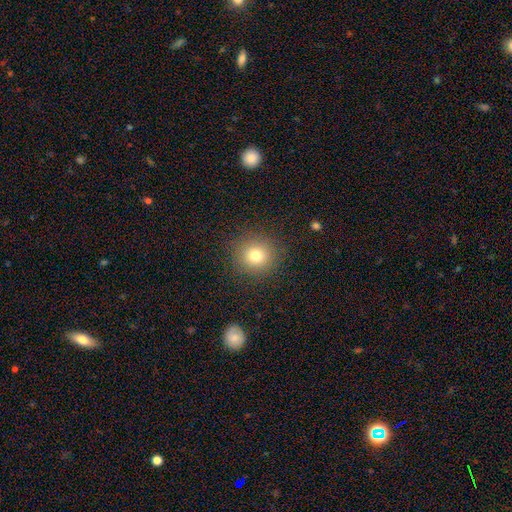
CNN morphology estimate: smooth 78%, star or artifact 13%, featured or disk 9%. Down the decision tree: how rounded — round (92%); merging — none (89%).